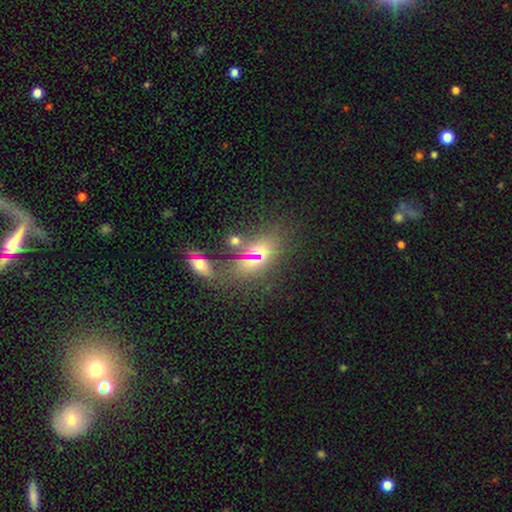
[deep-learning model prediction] A smooth galaxy with no disk features (45%). Merging: none (59%).